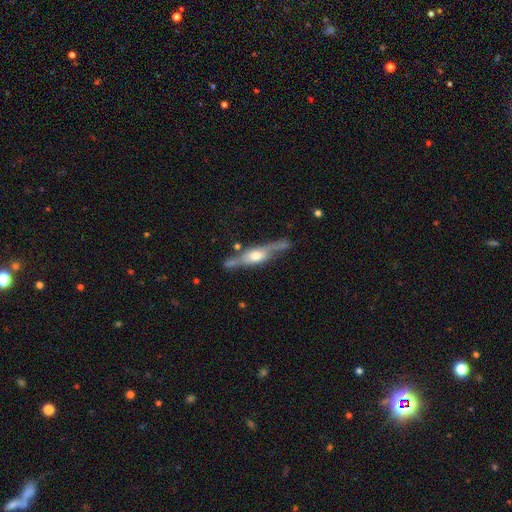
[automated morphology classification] The model was most divided on "merging": none: 67%, minor disturbance: 19%, major disturbance: 7%, merger: 7%. More confident: edge-on bulge — rounded (88%); edge-on disk — yes (86%); smooth or featured — featured or disk (73%).